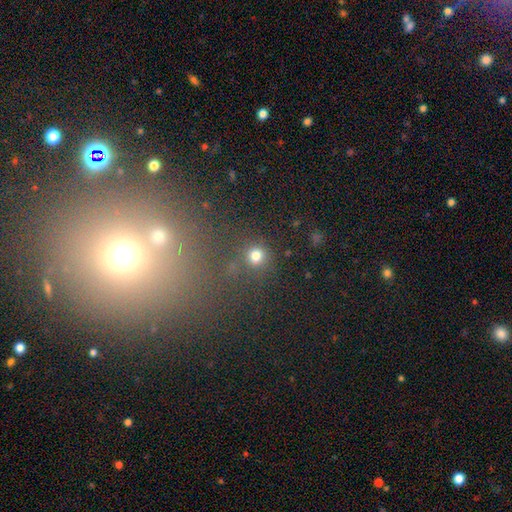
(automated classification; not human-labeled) A smooth galaxy with no disk features (74%) that is round (90%).

Vote fractions:
- Smooth or featured? smooth: 74% / star or artifact: 20% / featured or disk: 6%
- How rounded? round: 90% / in between: 8% / cigar-shaped: 1%
- Merging? none: 77% / minor disturbance: 9% / merger: 8% / major disturbance: 5%